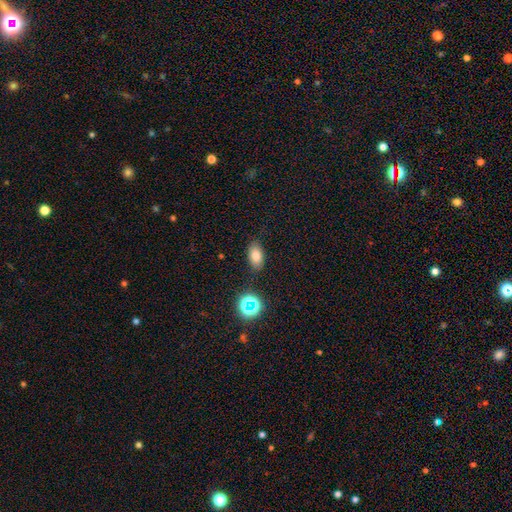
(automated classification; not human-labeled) Smooth or featured?
  - smooth: 77% *
  - star or artifact: 14%
  - featured or disk: 10%
How rounded?
  - in between: 89% *
  - round: 9%
  - cigar-shaped: 2%
Merging?
  - none: 84% *
  - minor disturbance: 11%
  - major disturbance: 3%
  - merger: 2%